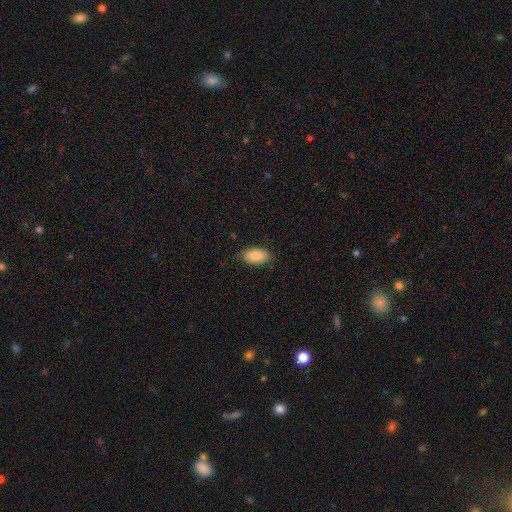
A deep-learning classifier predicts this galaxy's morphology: smooth 84%, featured or disk 9%, star or artifact 7%. Down the decision tree: how rounded — in between (94%); merging — none (81%).